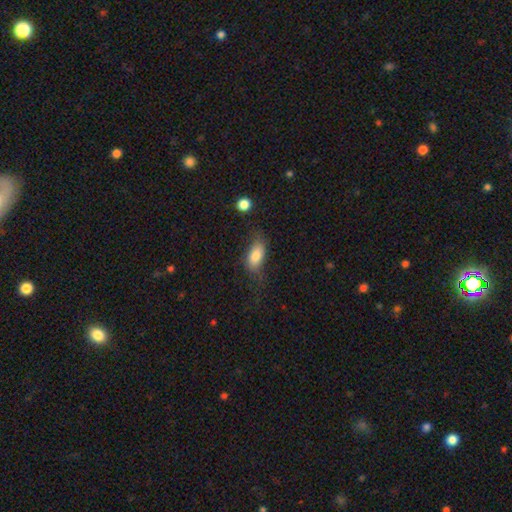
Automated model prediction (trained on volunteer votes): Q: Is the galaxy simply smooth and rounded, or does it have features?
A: smooth — 79%.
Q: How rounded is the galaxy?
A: in between — 89%.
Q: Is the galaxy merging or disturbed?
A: none — 51%.